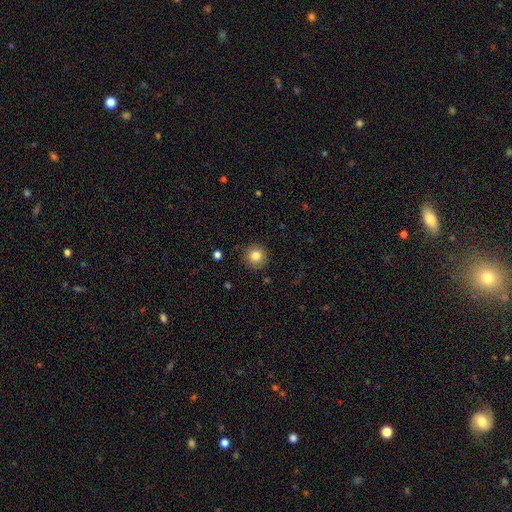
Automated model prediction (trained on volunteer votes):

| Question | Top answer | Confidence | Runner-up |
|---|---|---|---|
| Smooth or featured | smooth | 82% | star or artifact (10%) |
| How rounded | round | 95% | in between (4%) |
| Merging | none | 90% | minor disturbance (6%) |